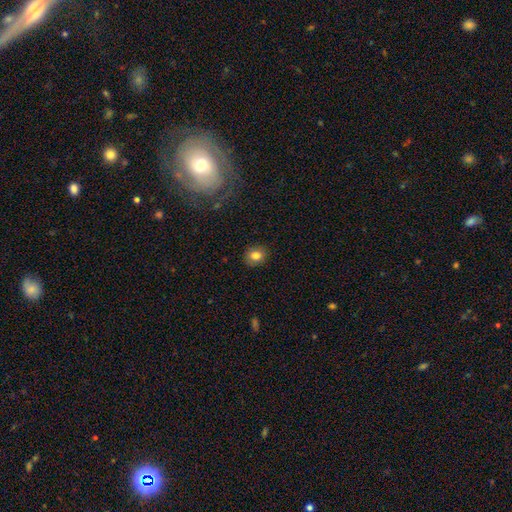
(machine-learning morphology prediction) A smooth galaxy with no disk features (82%) that is round (64%). Merging: none (88%).